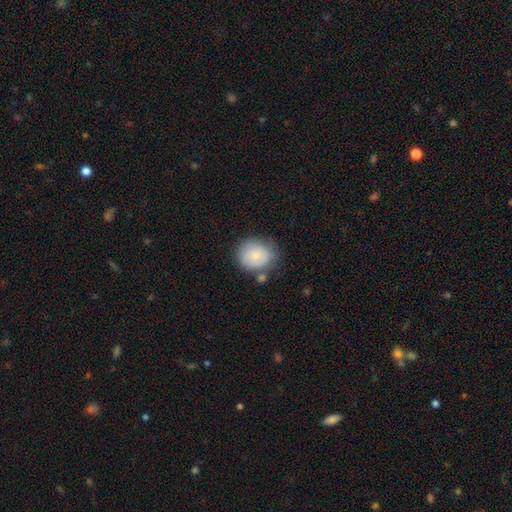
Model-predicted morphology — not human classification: Smooth or featured: smooth — 79% (featured or disk — 14%)
How rounded: round — 77% (in between — 22%)
Merging: none — 66% (minor disturbance — 20%)